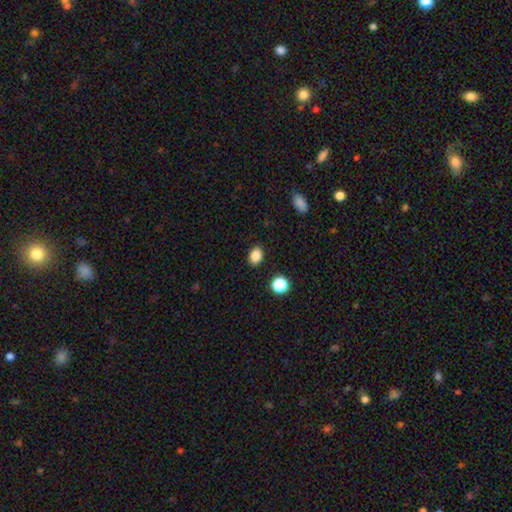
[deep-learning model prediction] smooth 86%, star or artifact 10%, featured or disk 4%. Down the decision tree: how rounded — in between (71%); merging — none (88%).